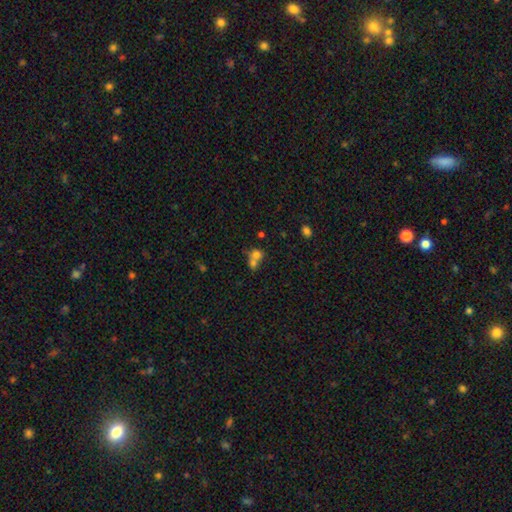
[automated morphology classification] smooth_or_featured: smooth (p=0.71) [alt: star or artifact p=0.15]
how_rounded: round (p=0.72) [alt: in between p=0.27]
merging: merger (p=0.64) [alt: none p=0.27]